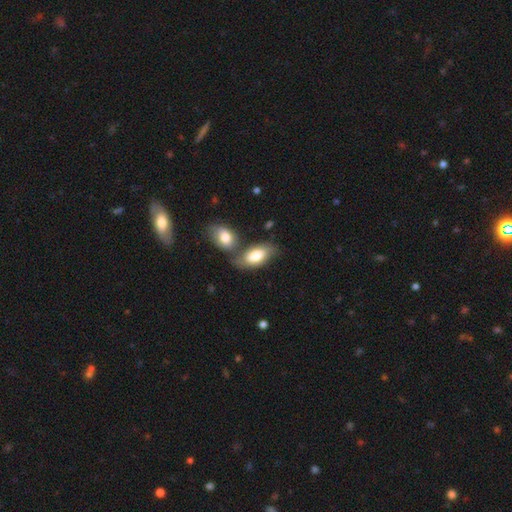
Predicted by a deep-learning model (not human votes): Smooth or featured?
  - smooth: 72% *
  - featured or disk: 22%
  - star or artifact: 6%
How rounded?
  - in between: 92% *
  - cigar-shaped: 4%
  - round: 4%
Merging?
  - none: 41% * (tied)
  - merger: 41% * (tied)
  - minor disturbance: 13%
  - major disturbance: 5%